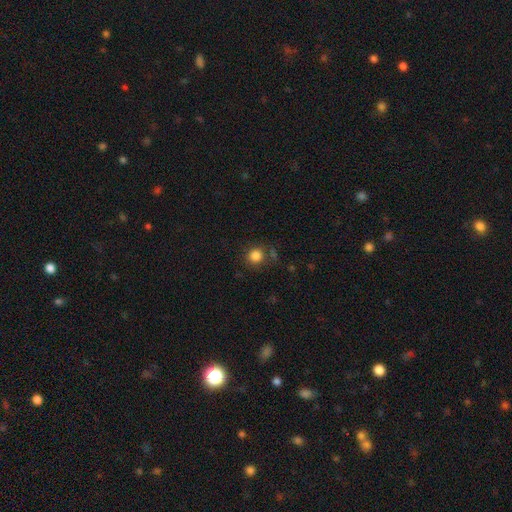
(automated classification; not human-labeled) A smooth galaxy with no disk features (84%) that is round (89%). Merging: none (79%).